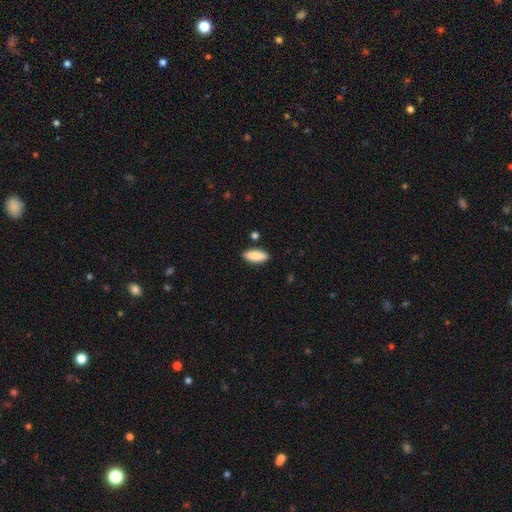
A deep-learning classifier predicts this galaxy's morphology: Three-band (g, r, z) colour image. It shows a smooth galaxy with no disk features (87%) that is in between round and cigar-shaped (74%). Merging: none (87%).